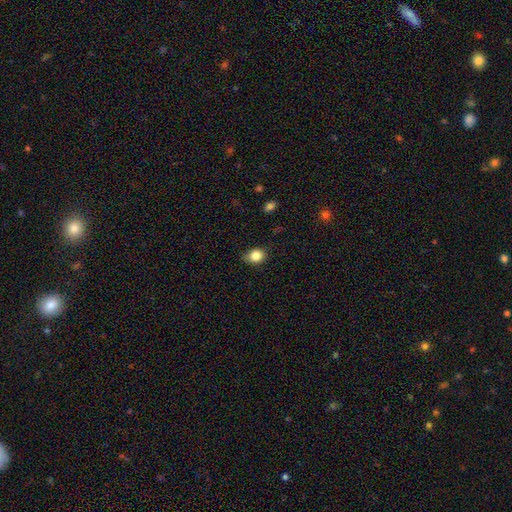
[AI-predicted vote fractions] This appears to be a smooth galaxy with no disk features (84%) that is in between round and cigar-shaped (53%). Merging: none (76%).